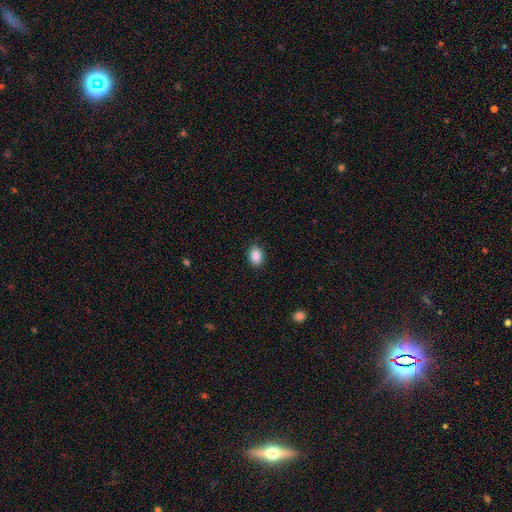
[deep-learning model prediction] A smooth galaxy with no disk features (88%) that is in between round and cigar-shaped (78%). Merging: none (89%).